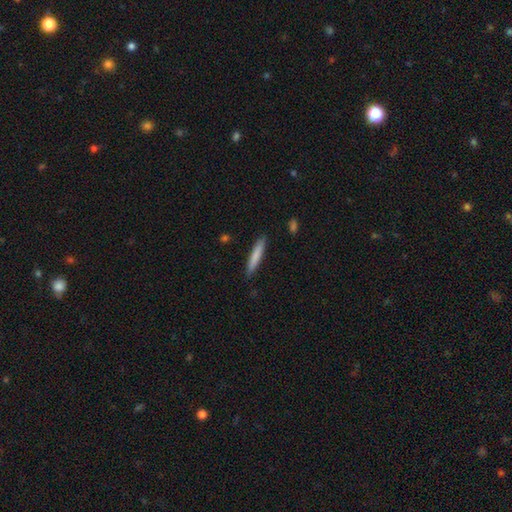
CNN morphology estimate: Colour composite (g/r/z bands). It shows a smooth galaxy with no disk features (78%) that is cigar-shaped (93%). Merging: none (88%).